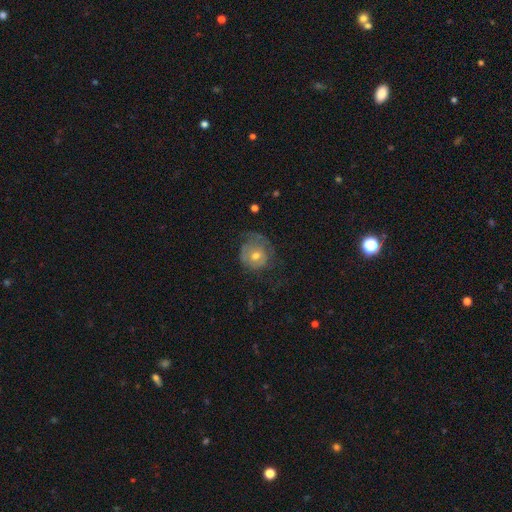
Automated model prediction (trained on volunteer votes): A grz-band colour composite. It shows a featured or disk galaxy (48%). Merging: none (48%).